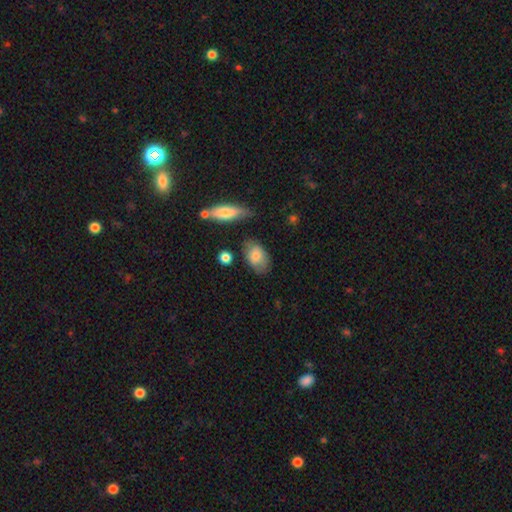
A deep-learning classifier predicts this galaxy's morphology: Q: Smooth or featured?
A: smooth (76%); runner-up: featured or disk (17%)
Q: How rounded?
A: in between (88%); runner-up: round (9%)
Q: Merging?
A: none (67%); runner-up: minor disturbance (23%)